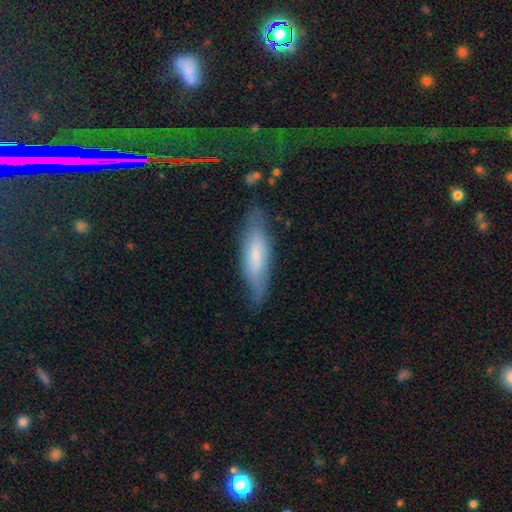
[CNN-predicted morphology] type=smooth (59%); roundness=cigar-shaped (65%); merging=none (73%).